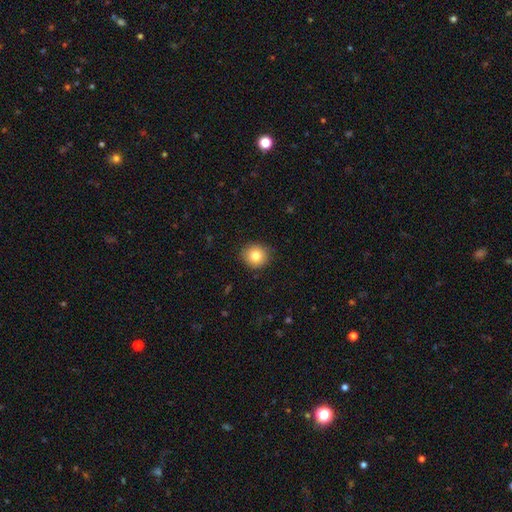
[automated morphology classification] A smooth galaxy with no disk features (82%) that is round (90%). Merging: none (88%).